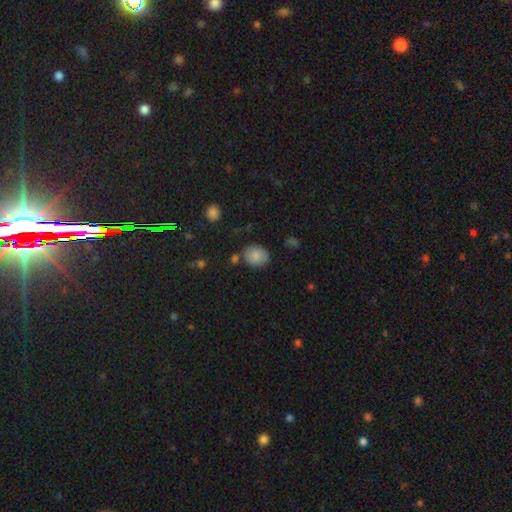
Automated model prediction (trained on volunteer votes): Morphology: type=smooth (84%); roundness=in between (50%); merging=none (74%).